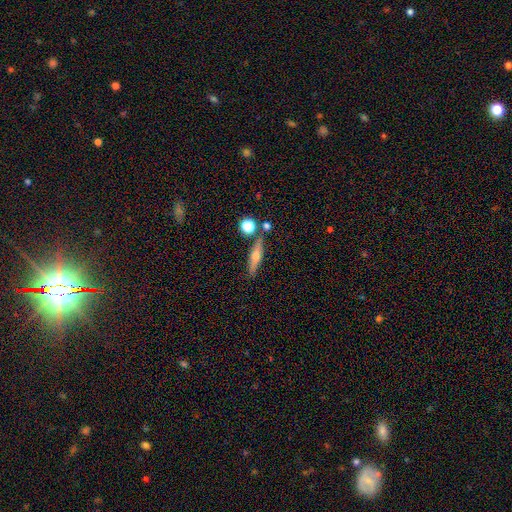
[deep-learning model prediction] Smooth or featured: featured or disk — 51% (smooth — 41%)
Edge-on disk: yes — 92% (no — 8%)
Merging: none — 77% (minor disturbance — 11%)